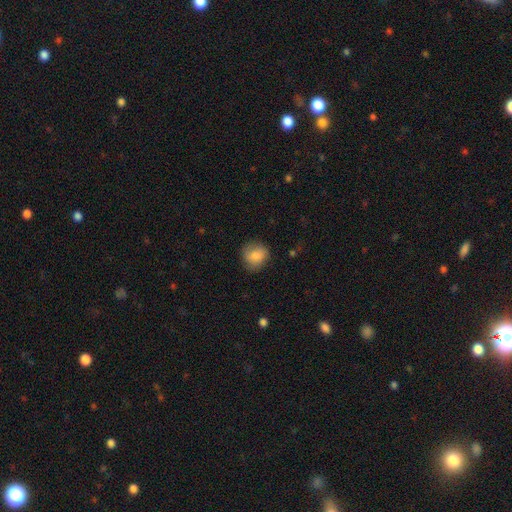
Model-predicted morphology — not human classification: A smooth galaxy with no disk features (82%) that is round (81%).

Vote fractions:
- Smooth or featured? smooth: 82% / featured or disk: 10% / star or artifact: 8%
- How rounded? round: 81% / in between: 18% / cigar-shaped: 1%
- Merging? none: 75% / minor disturbance: 19% / major disturbance: 5% / merger: 1%